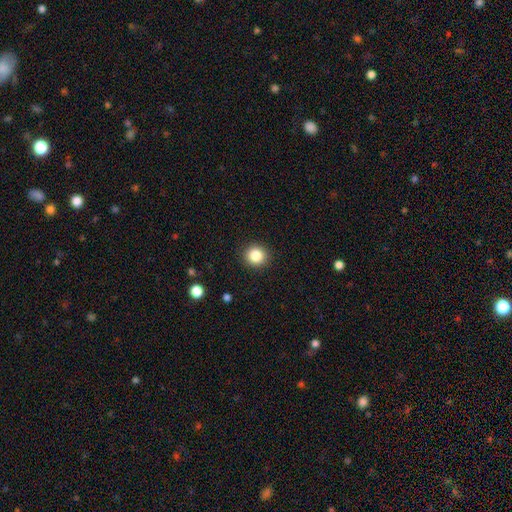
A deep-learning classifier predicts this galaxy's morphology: The model was most divided on "smooth or featured": smooth: 85%, star or artifact: 10%, featured or disk: 5%. More confident: how rounded — round (92%); merging — none (92%).